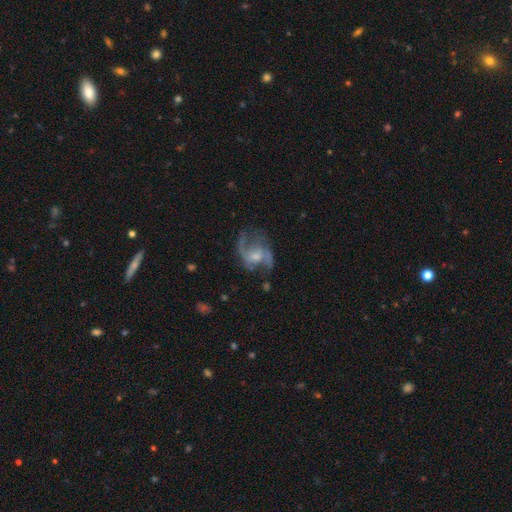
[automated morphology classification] This appears to be a featured or disk galaxy (81%) with no bar (52%), 2 (81%) loose (50%) spiral arms (90%) and a moderate central bulge (43%). Merging: none (56%).